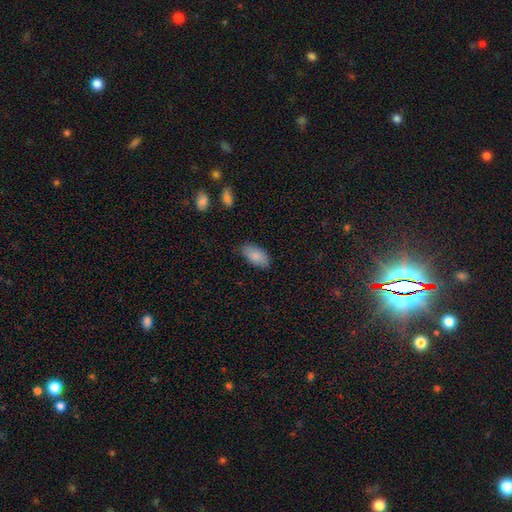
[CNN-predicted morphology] A smooth galaxy with no disk features (87%) that is in between round and cigar-shaped (93%). Merging: none (83%).